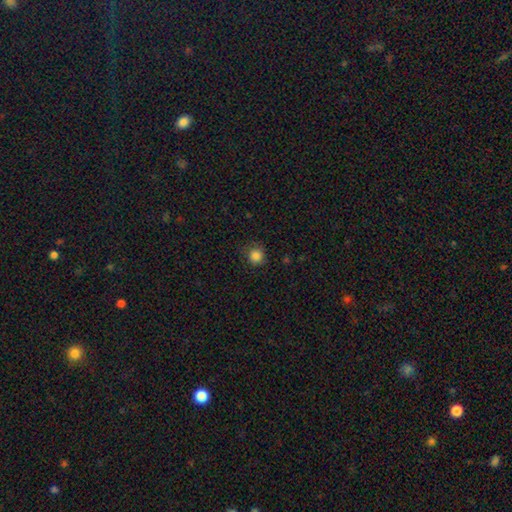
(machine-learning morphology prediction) Smooth or featured? smooth (85%)
How rounded? round (91%)
Merging? none (81%)